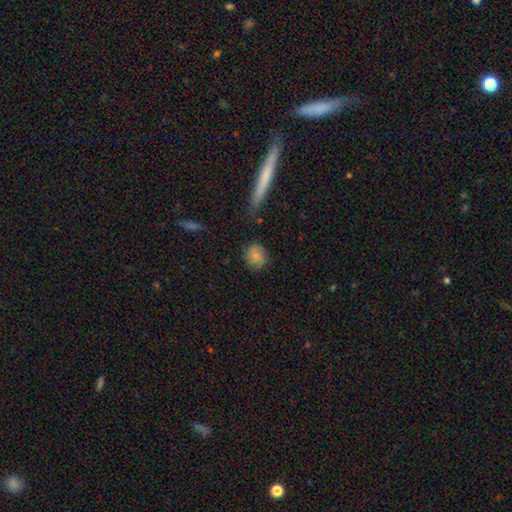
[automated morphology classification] smooth_or_featured: smooth (p=0.69) [alt: featured or disk p=0.23]
how_rounded: round (p=0.71) [alt: in between p=0.27]
merging: none (p=0.74) [alt: minor disturbance p=0.18]